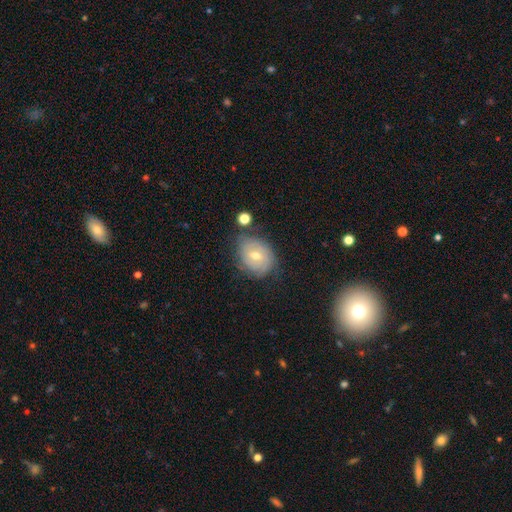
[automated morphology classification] Overall: featured or disk (49%; smooth 40%). Merging: none (68%).